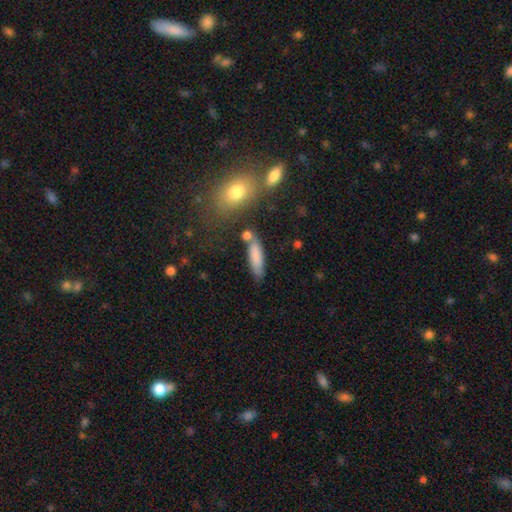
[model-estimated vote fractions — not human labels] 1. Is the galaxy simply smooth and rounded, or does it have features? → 80% smooth, 13% featured or disk, 7% star or artifact.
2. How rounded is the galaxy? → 62% cigar-shaped, 36% in between, 3% round.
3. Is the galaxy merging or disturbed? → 68% none, 16% minor disturbance, 11% merger, 5% major disturbance.